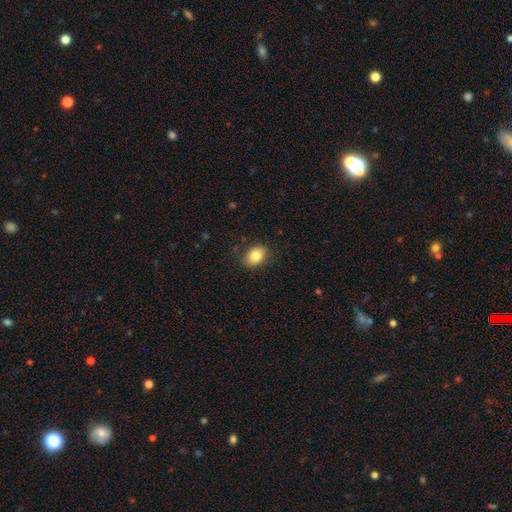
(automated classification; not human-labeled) This is clearly a smooth galaxy (84%). How rounded: likely in between (74%). Merging: clearly none (86%).